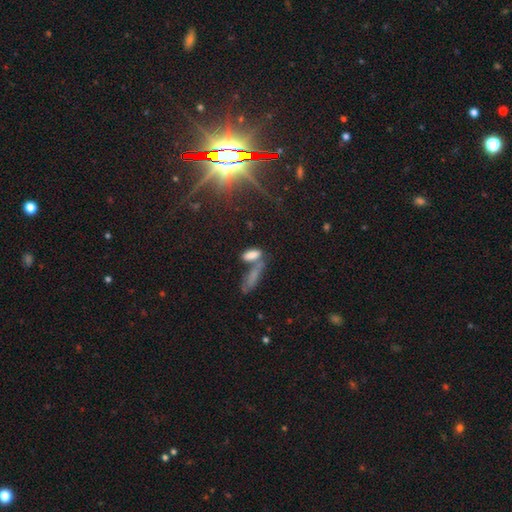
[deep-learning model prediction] A star or artifact, not a galaxy (51%).